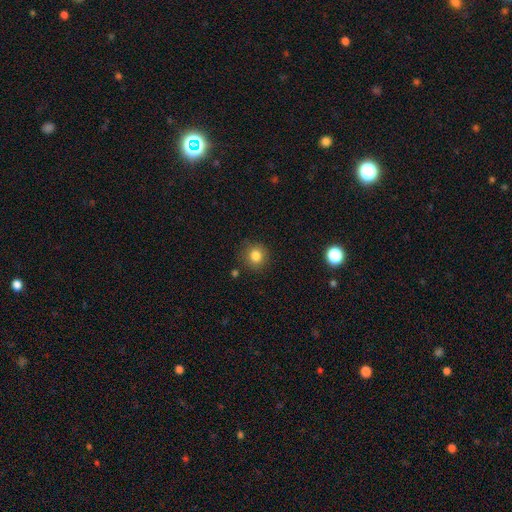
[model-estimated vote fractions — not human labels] Morphology: type=smooth (82%); roundness=round (88%); merging=none (85%).